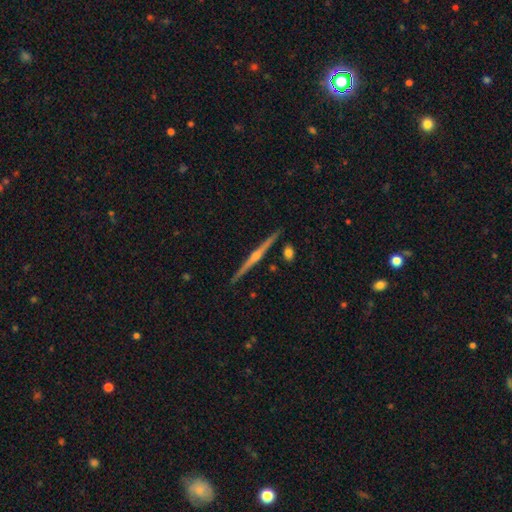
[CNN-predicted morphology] This is clearly a featured or disk galaxy (81%). It is clearly viewed edge-on (98%). Edge-on bulge: likely rounded (80%). Merging: clearly none (89%).